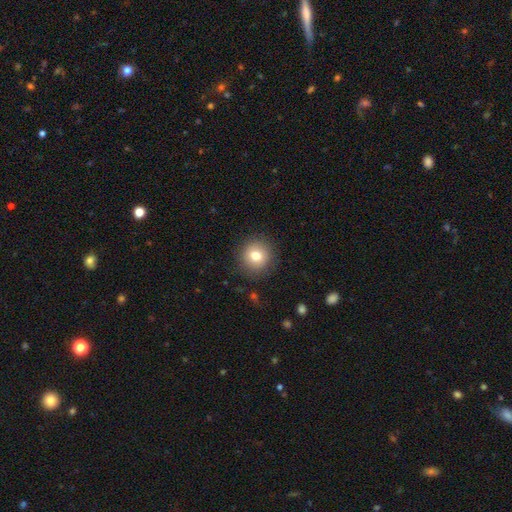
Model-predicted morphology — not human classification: smooth 78%, featured or disk 12%, star or artifact 11%. Down the decision tree: how rounded — round (92%); merging — none (89%).